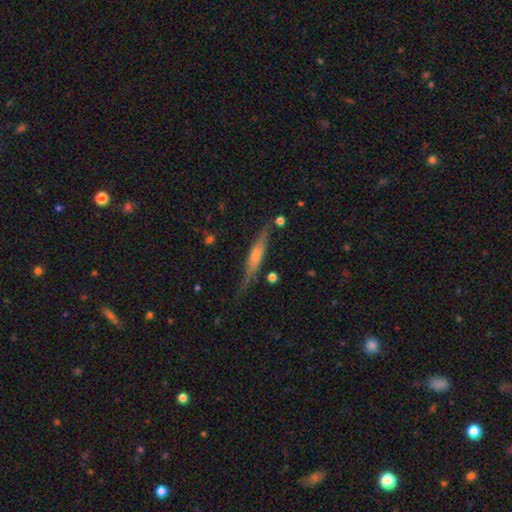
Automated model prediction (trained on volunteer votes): smooth-or-featured: featured or disk: 54% | smooth: 39% | star or artifact: 7%
  disk-edge-on: yes: 93% | no: 7%
  merging: none: 76% | minor disturbance: 17% | major disturbance: 4% | merger: 3%